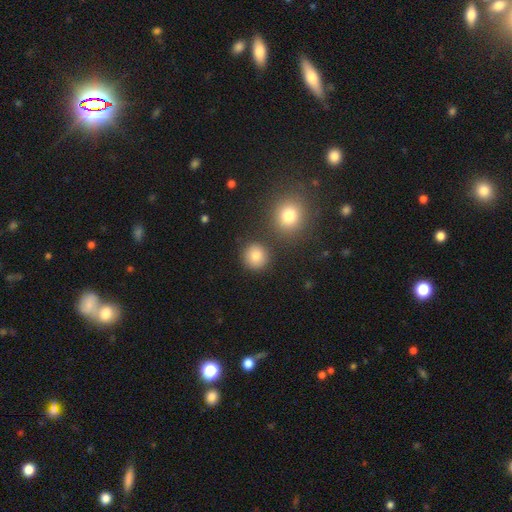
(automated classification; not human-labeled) The model was most divided on "smooth or featured": smooth: 83%, star or artifact: 11%, featured or disk: 6%. More confident: how rounded — round (91%); merging — none (85%).